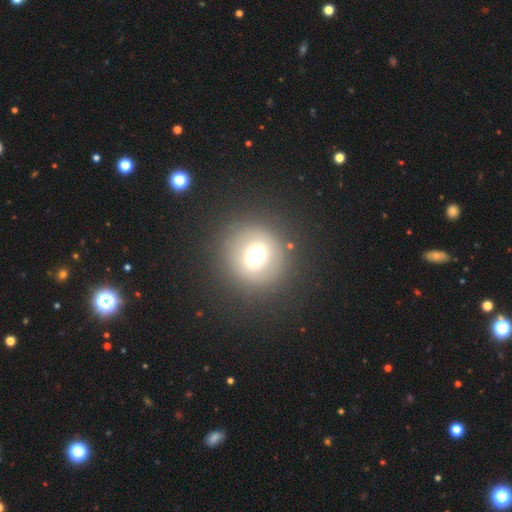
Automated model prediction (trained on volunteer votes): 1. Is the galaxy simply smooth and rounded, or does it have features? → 54% smooth, 27% featured or disk, 18% star or artifact.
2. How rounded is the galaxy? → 88% round, 11% in between, 1% cigar-shaped.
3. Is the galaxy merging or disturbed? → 82% none, 9% minor disturbance, 6% major disturbance, 3% merger.